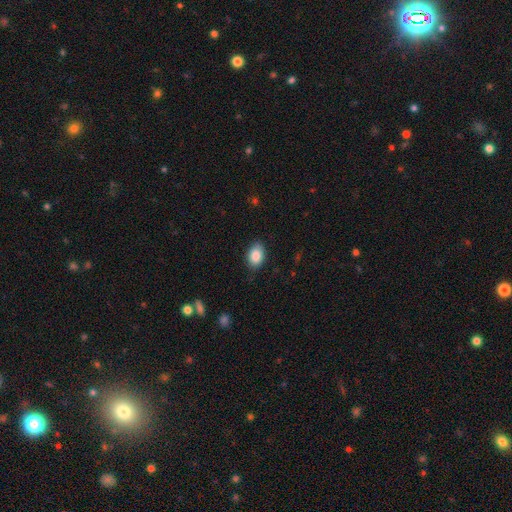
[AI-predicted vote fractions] A smooth galaxy with no disk features (87%) that is in between round and cigar-shaped (83%).

Vote fractions:
- Smooth or featured? smooth: 87% / star or artifact: 7% / featured or disk: 6%
- How rounded? in between: 83% / round: 16% / cigar-shaped: 1%
- Merging? none: 83% / minor disturbance: 14% / major disturbance: 3% / merger: 1%